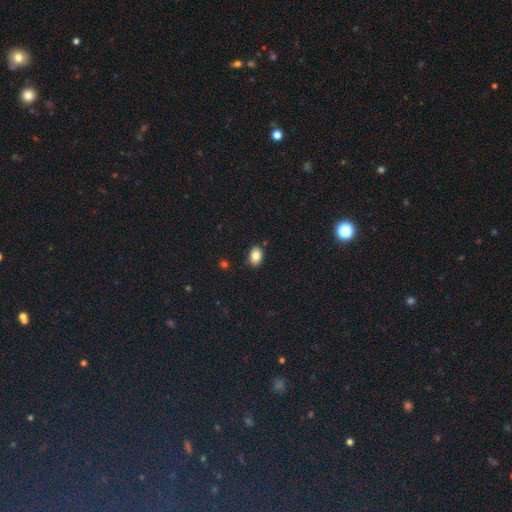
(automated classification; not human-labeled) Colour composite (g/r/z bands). It shows a smooth galaxy with no disk features (83%) that is in between round and cigar-shaped (83%). Merging: none (86%).